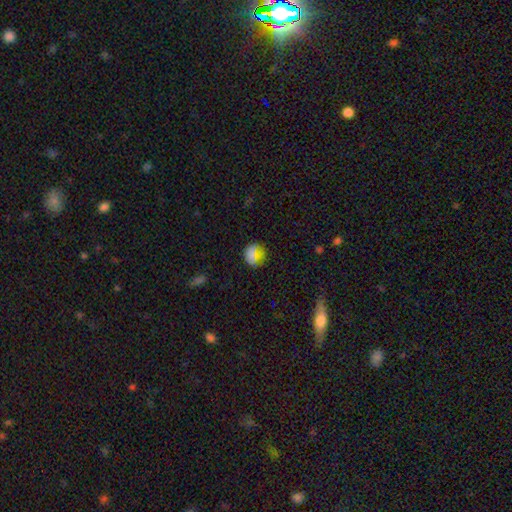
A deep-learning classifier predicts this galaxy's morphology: Smooth or featured? Predicted: smooth (p=0.69). How rounded? Predicted: round (p=0.86). Merging? Predicted: none (p=0.79).